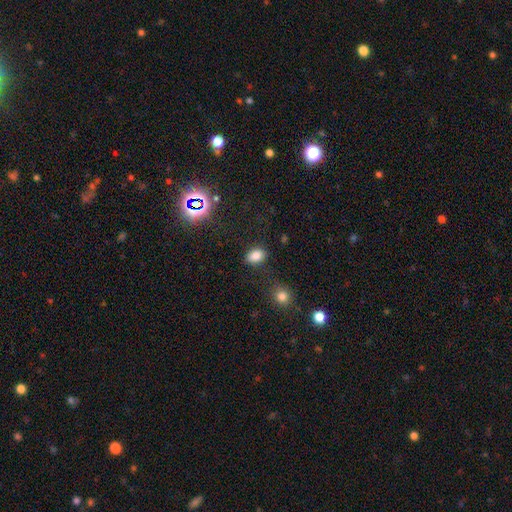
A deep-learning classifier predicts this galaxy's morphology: Smooth or featured?
  - smooth: 81% *
  - star or artifact: 13%
  - featured or disk: 6%
How rounded?
  - in between: 76% *
  - round: 22%
  - cigar-shaped: 1%
Merging?
  - none: 82% *
  - minor disturbance: 11%
  - major disturbance: 3%
  - merger: 3%